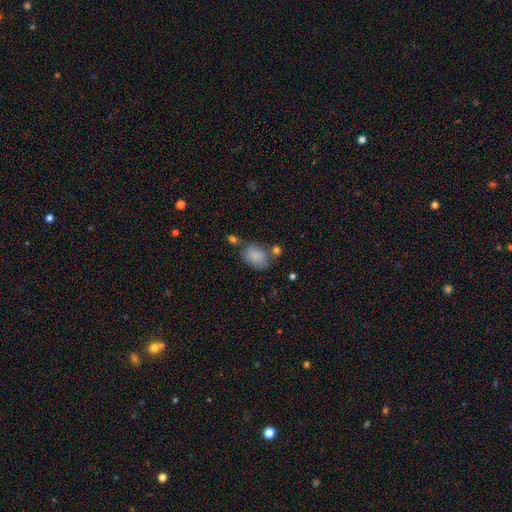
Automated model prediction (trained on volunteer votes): A smooth galaxy with no disk features (83%) that is in between round and cigar-shaped (73%). Merging: none (54%).